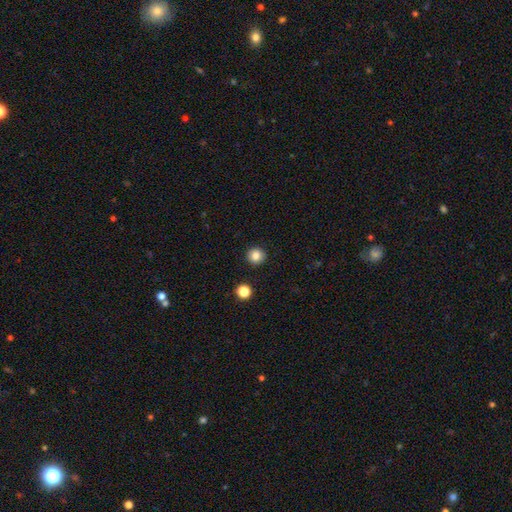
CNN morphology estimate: Smooth or featured? Predicted: smooth (p=0.84). How rounded? Predicted: round (p=0.93). Merging? Predicted: none (p=0.92).